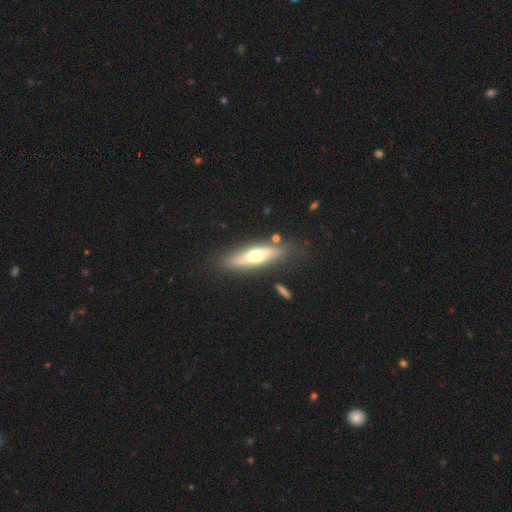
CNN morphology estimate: Overall: featured or disk (49%; smooth 44%). Merging: none (78%).